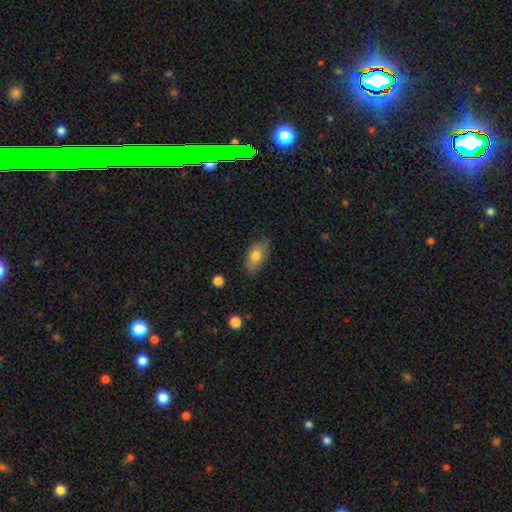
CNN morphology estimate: smooth 75%, featured or disk 18%, star or artifact 7%. Down the decision tree: how rounded — in between (89%); merging — none (71%).